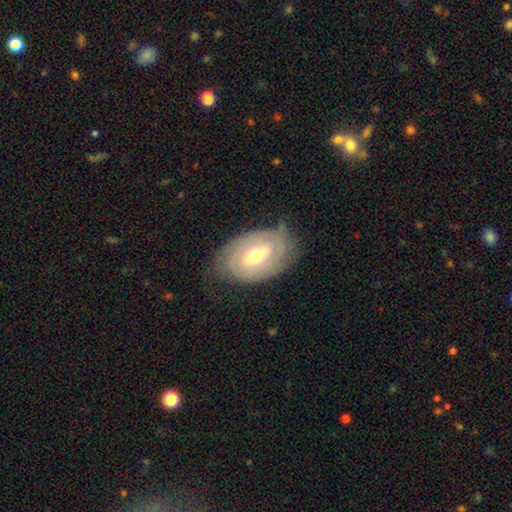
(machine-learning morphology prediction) smooth_or_featured: featured or disk (p=0.72) [alt: smooth p=0.22]
disk_edge_on: no (p=0.94) [alt: yes p=0.06]
bar: weak (p=0.51) [alt: strong p=0.25]
has_spiral_arms: yes (p=0.81) [alt: no p=0.19]
spiral_winding: tight (p=0.64) [alt: medium p=0.26]
spiral_arm_count: 2 (p=0.52) [alt: can't tell p=0.33]
bulge_size: moderate (p=0.60) [alt: small p=0.35]
merging: none (p=0.71) [alt: minor disturbance p=0.21]